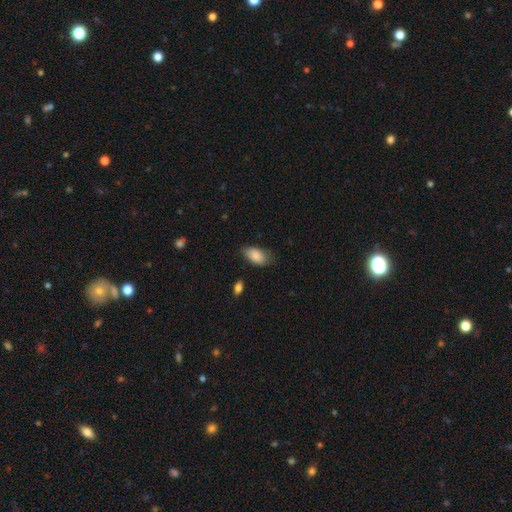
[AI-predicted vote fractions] A smooth galaxy with no disk features (86%) that is in between round and cigar-shaped (92%).

Vote fractions:
- Smooth or featured? smooth: 86% / featured or disk: 7% / star or artifact: 7%
- How rounded? in between: 92% / round: 4% / cigar-shaped: 4%
- Merging? none: 65% / minor disturbance: 28% / major disturbance: 5% / merger: 2%